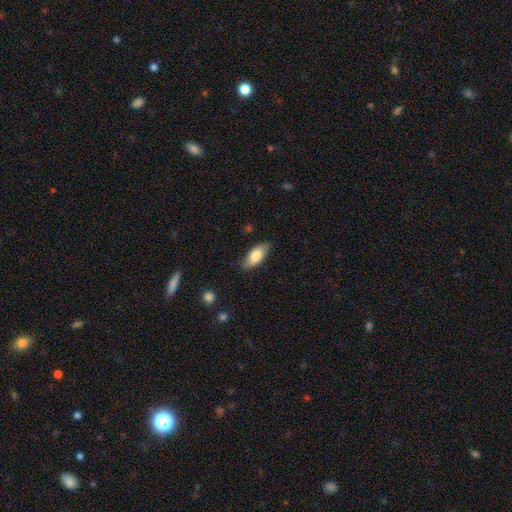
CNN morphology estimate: Smooth or featured: smooth — 78% (featured or disk — 15%)
How rounded: in between — 83% (cigar-shaped — 15%)
Merging: none — 78% (minor disturbance — 17%)